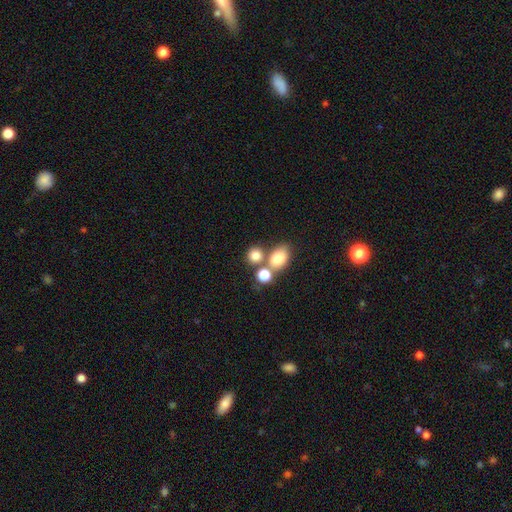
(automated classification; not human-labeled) This appears to be a smooth galaxy with no disk features (78%) that is round (72%). Merging: none (54%).